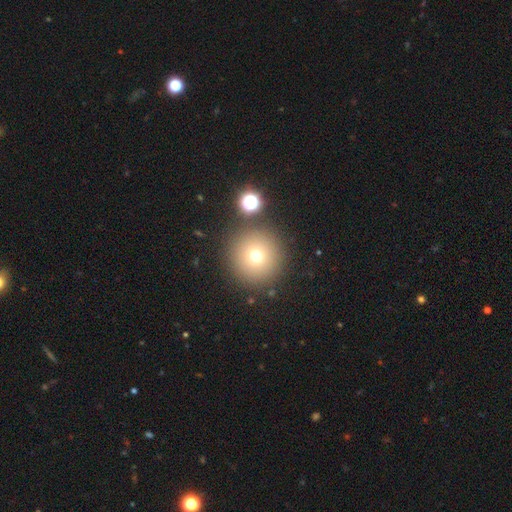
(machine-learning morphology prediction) Q: Smooth or featured?
A: smooth (70%); runner-up: star or artifact (18%)
Q: How rounded?
A: round (96%); runner-up: in between (3%)
Q: Merging?
A: none (85%); runner-up: minor disturbance (6%)